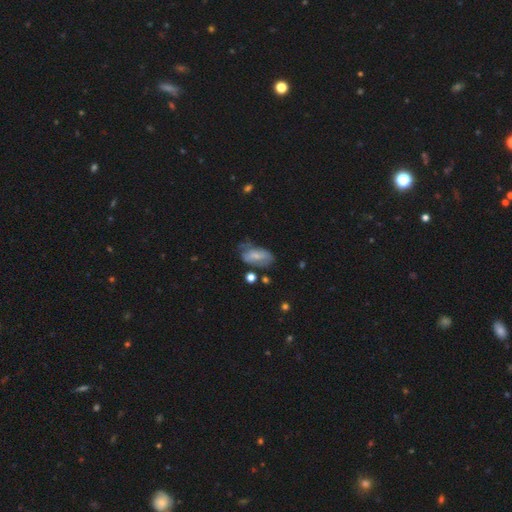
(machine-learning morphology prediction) smooth 57%, featured or disk 35%, star or artifact 8%. Down the decision tree: how rounded — in between (90%); merging — none (41%).